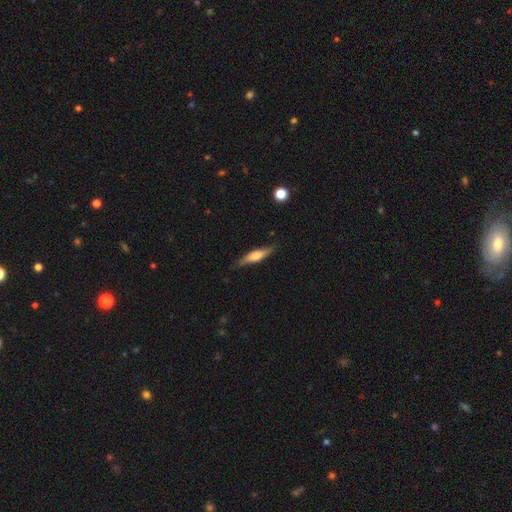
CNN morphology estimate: type=smooth (52%); roundness=cigar-shaped (73%); merging=none (81%).